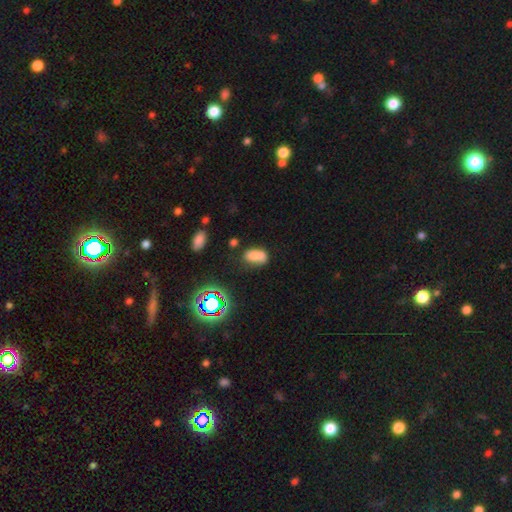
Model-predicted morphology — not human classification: type=smooth (69%); roundness=in between (86%); merging=none (40%).